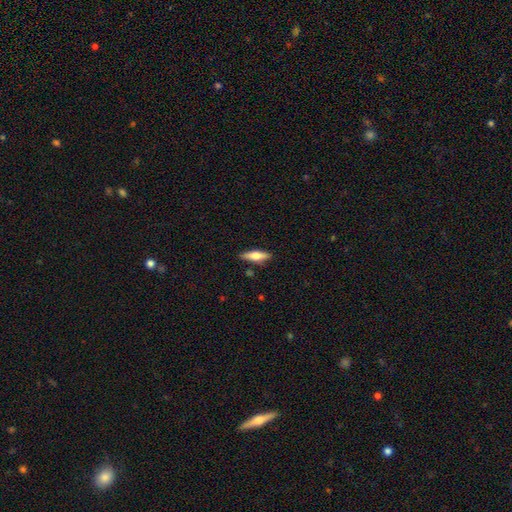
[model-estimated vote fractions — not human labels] This appears to be a smooth galaxy with no disk features (57%) that is cigar-shaped (61%). Merging: none (85%).